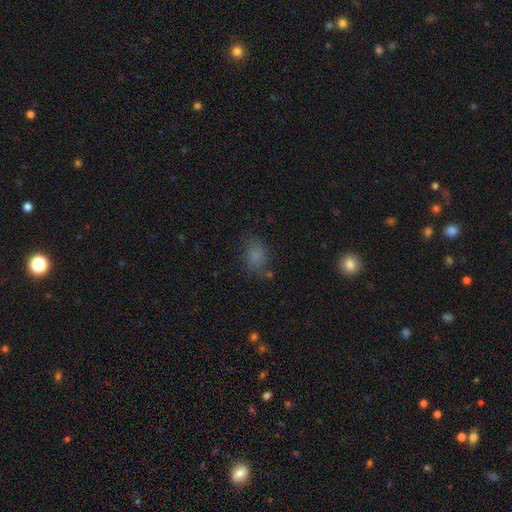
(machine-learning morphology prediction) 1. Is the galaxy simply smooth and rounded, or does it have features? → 78% smooth, 14% star or artifact, 7% featured or disk.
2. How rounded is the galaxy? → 67% in between, 32% round, 2% cigar-shaped.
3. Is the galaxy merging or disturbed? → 69% none, 20% minor disturbance, 7% major disturbance, 3% merger.